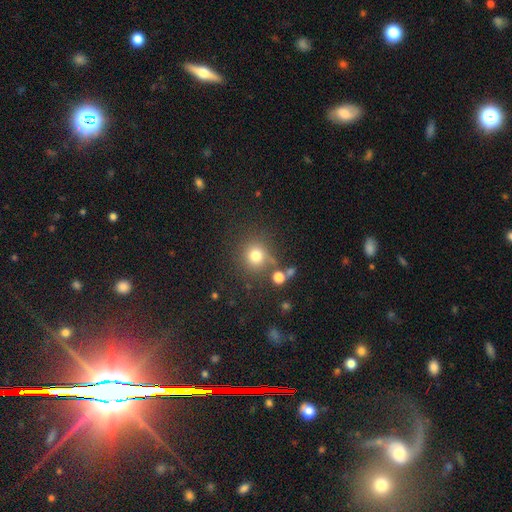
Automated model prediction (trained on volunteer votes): Morphology: type=smooth (76%); roundness=round (91%); merging=none (73%).